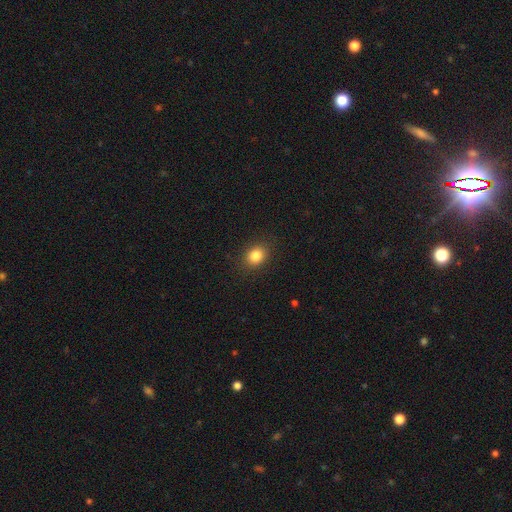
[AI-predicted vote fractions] A smooth galaxy with no disk features (84%) that is round (55%). Merging: none (89%).